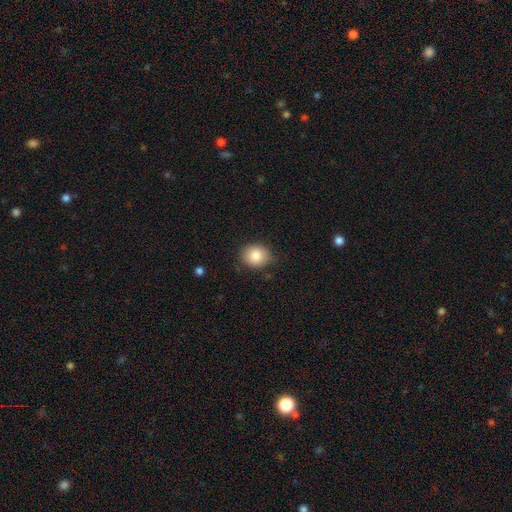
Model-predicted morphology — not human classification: This appears to be a smooth galaxy with no disk features (84%) that is round (63%). Merging: none (80%).